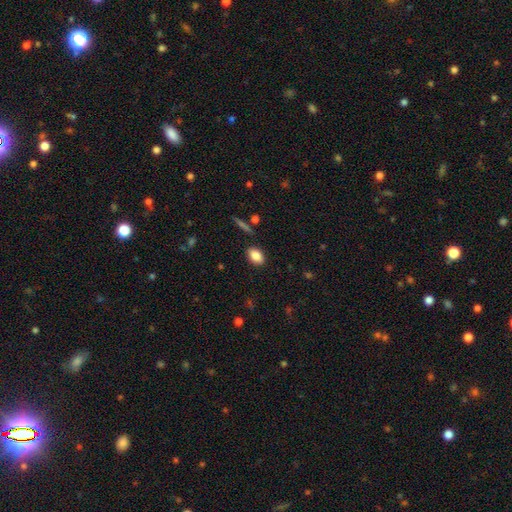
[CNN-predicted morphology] Smooth or featured: smooth — 85% (star or artifact — 8%)
How rounded: in between — 87% (round — 10%)
Merging: none — 86% (minor disturbance — 10%)